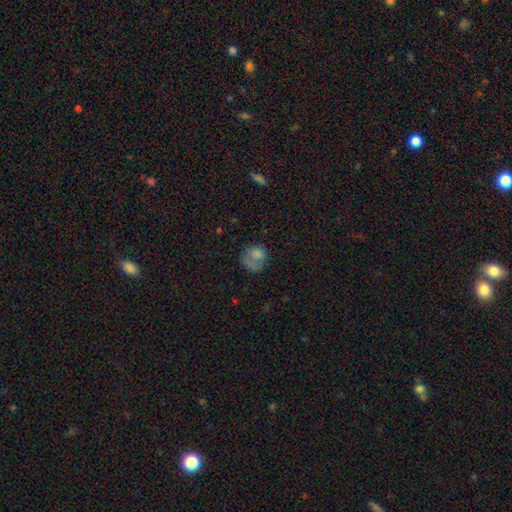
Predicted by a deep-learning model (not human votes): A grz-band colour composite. It shows a smooth galaxy with no disk features (70%) that is round (75%). Merging: none (45%).